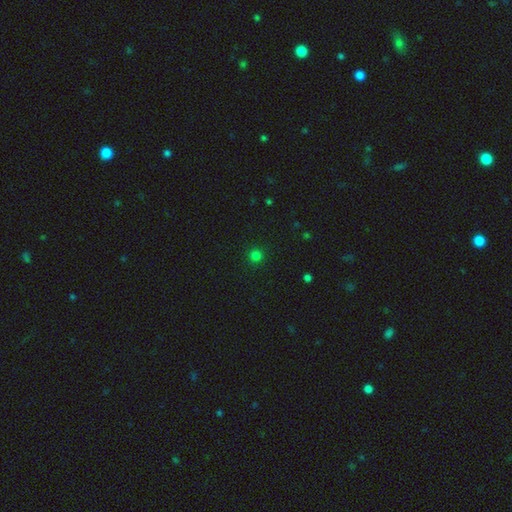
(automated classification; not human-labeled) A smooth galaxy with no disk features (79%) that is round (95%).

Vote fractions:
- Smooth or featured? smooth: 79% / star or artifact: 17% / featured or disk: 4%
- How rounded? round: 95% / in between: 4% / cigar-shaped: 1%
- Merging? none: 92% / minor disturbance: 5% / major disturbance: 2% / merger: 1%